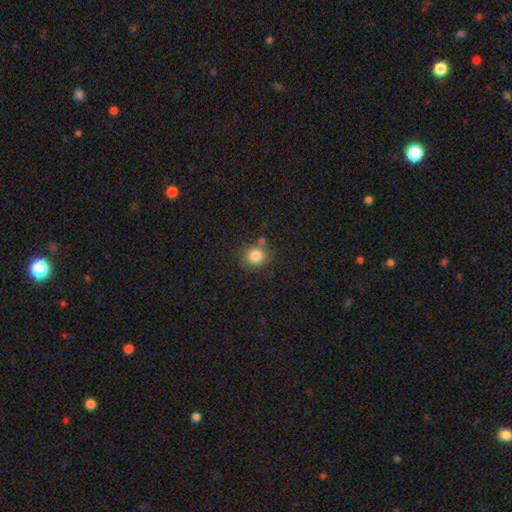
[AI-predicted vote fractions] smooth 82%, star or artifact 11%, featured or disk 7%. Down the decision tree: how rounded — round (85%); merging — none (74%).